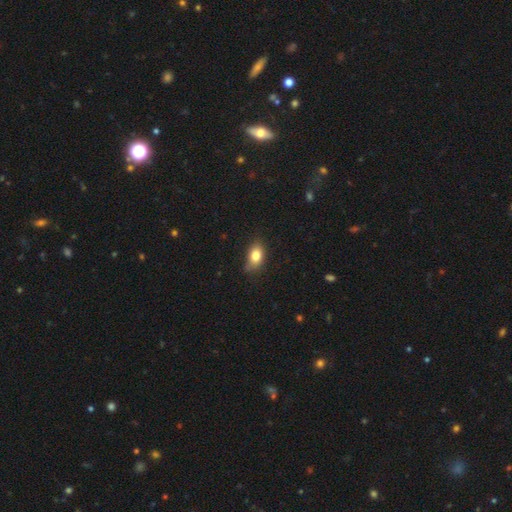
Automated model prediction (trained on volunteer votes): A smooth galaxy with no disk features (81%) that is in between round and cigar-shaped (84%). Merging: none (71%).